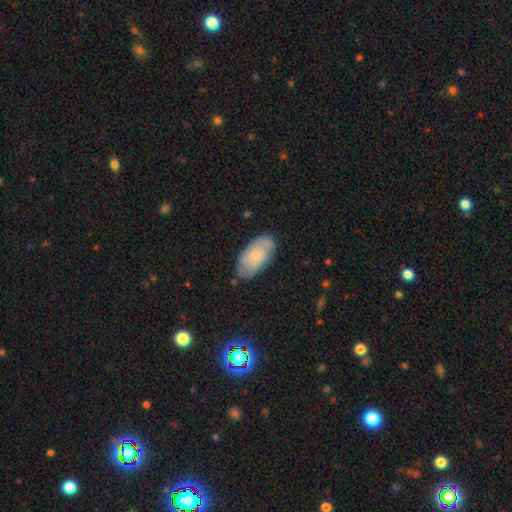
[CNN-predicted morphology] The model was most divided on "smooth or featured": smooth: 59%, featured or disk: 34%, star or artifact: 7%. More confident: how rounded — in between (94%); merging — none (76%).